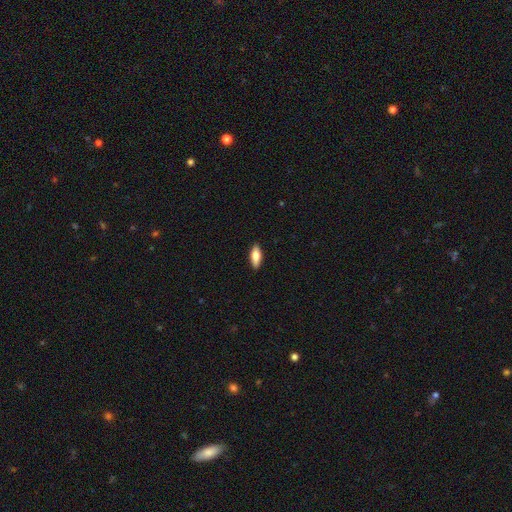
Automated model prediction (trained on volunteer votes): Morphology: type=smooth (74%); roundness=in between (71%); merging=none (90%).